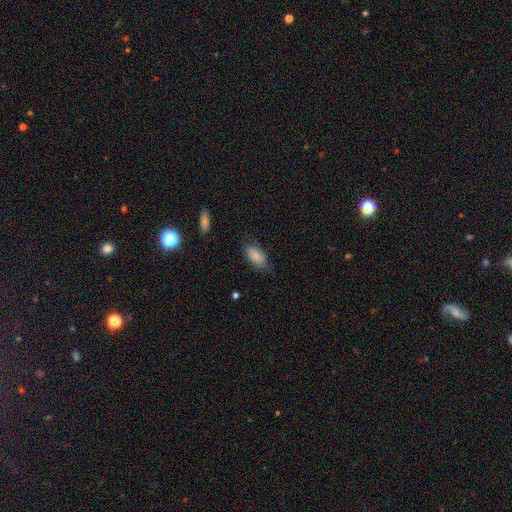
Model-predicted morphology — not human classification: Smooth or featured: smooth — 83% (featured or disk — 10%)
How rounded: in between — 92% (cigar-shaped — 5%)
Merging: none — 66% (minor disturbance — 25%)